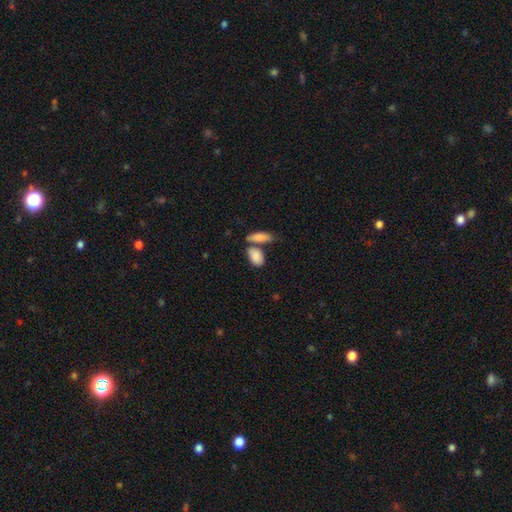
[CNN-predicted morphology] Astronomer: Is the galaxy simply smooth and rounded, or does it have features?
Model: smooth — 85%.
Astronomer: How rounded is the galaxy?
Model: in between — 89%.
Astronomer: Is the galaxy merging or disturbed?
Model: none — 46% (runner-up: merger, 36%).